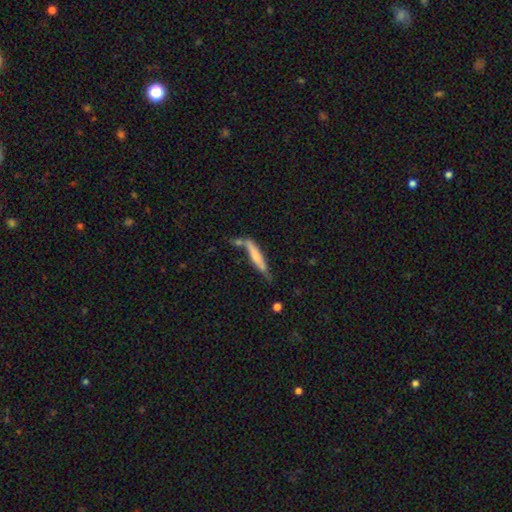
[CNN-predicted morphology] Smooth or featured?
  - smooth: 61% *
  - featured or disk: 33%
  - star or artifact: 6%
How rounded?
  - cigar-shaped: 90% *
  - in between: 8%
  - round: 1%
Merging?
  - none: 52% *
  - minor disturbance: 23%
  - merger: 17%
  - major disturbance: 7%